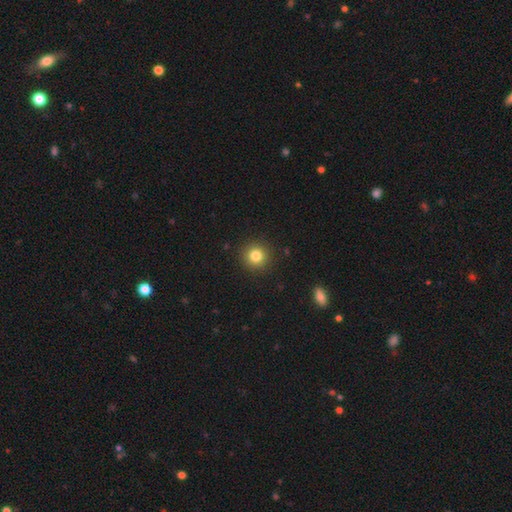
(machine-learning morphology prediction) smooth_or_featured: smooth (p=0.82) [alt: star or artifact p=0.11]
how_rounded: round (p=0.94) [alt: in between p=0.05]
merging: none (p=0.91) [alt: minor disturbance p=0.06]